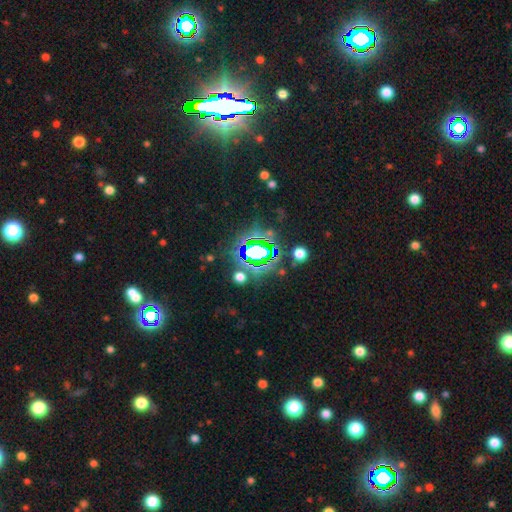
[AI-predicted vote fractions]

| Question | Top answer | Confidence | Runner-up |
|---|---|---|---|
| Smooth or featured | star or artifact | 75% | smooth (15%) |